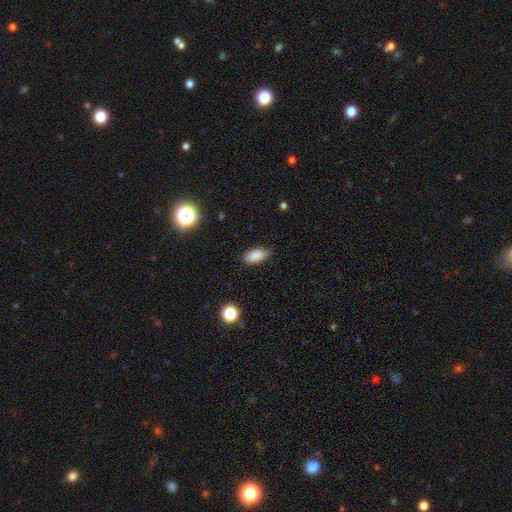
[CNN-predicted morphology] smooth 85%, star or artifact 9%, featured or disk 6%. Down the decision tree: how rounded — in between (85%); merging — none (85%).